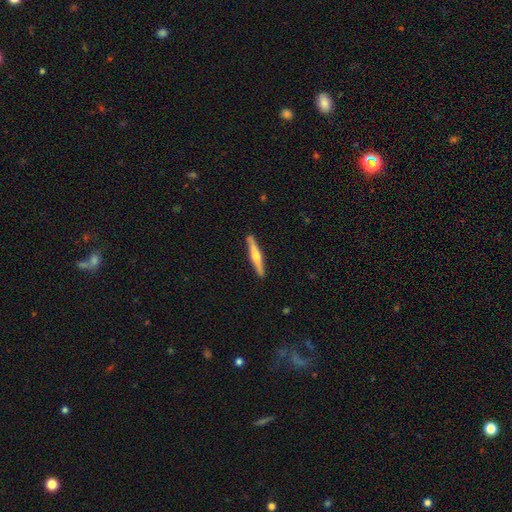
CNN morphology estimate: This is likely a featured or disk galaxy (64%). It is clearly viewed edge-on (97%). Edge-on bulge: clearly rounded (91%). Merging: clearly none (91%).